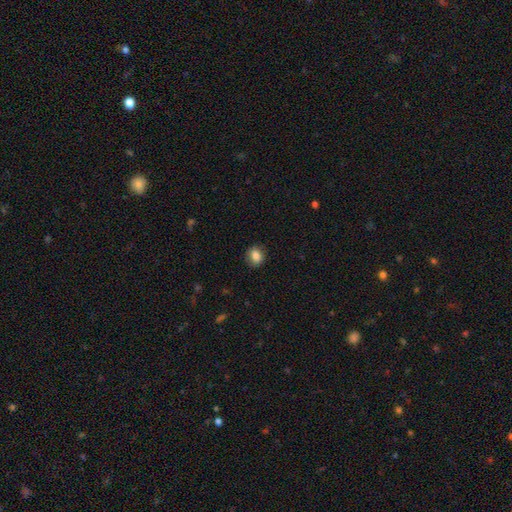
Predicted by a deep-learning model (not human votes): smooth_or_featured: smooth (p=0.83) [alt: featured or disk p=0.09]
how_rounded: round (p=0.58) [alt: in between p=0.41]
merging: none (p=0.84) [alt: minor disturbance p=0.12]